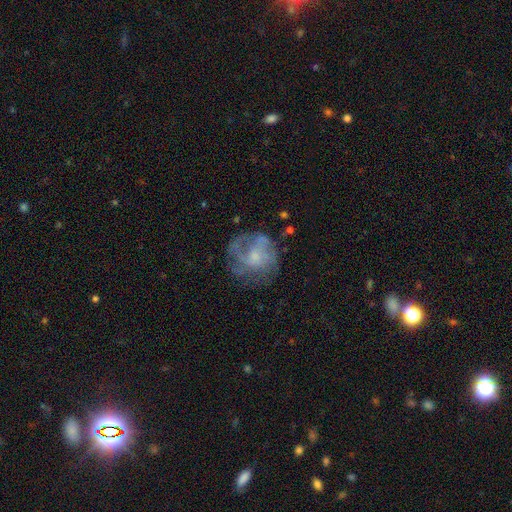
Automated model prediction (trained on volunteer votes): A featured or disk galaxy (60%) with no bar (74%), spiral arms (62%) and a small central bulge (40%).

Vote fractions:
- Smooth or featured? featured or disk: 60% / smooth: 29% / star or artifact: 10%
- Edge-on disk? no: 98% / yes: 2%
- Bar? no: 74% / weak: 23% / strong: 3%
- Spiral arms? yes: 62% / no: 38%
- Bulge size? small: 40% / moderate: 33% / none: 21% / large: 5% / dominant: 1%
- Merging? none: 58% / major disturbance: 20% / minor disturbance: 19% / merger: 2%